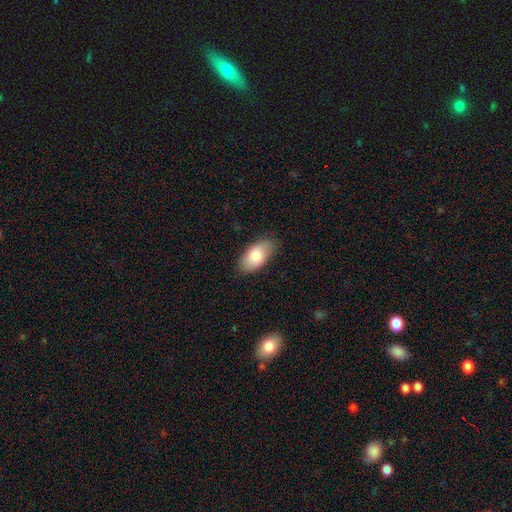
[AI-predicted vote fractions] The model was most divided on "merging": none: 80%, minor disturbance: 16%, major disturbance: 3%, merger: 1%. More confident: how rounded — in between (94%); smooth or featured — smooth (83%).